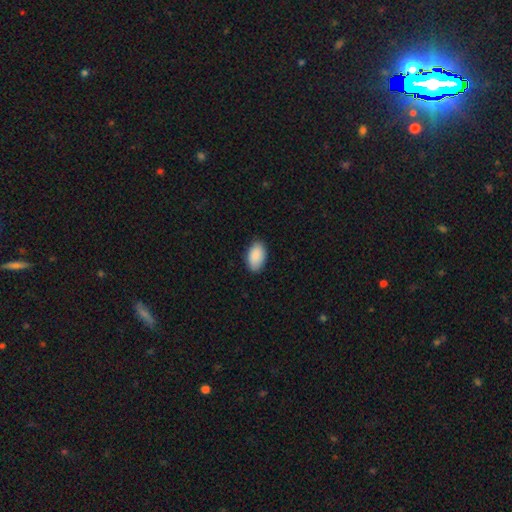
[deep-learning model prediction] Smooth or featured: smooth — 91% (star or artifact — 6%)
How rounded: in between — 94% (round — 4%)
Merging: none — 86% (minor disturbance — 11%)